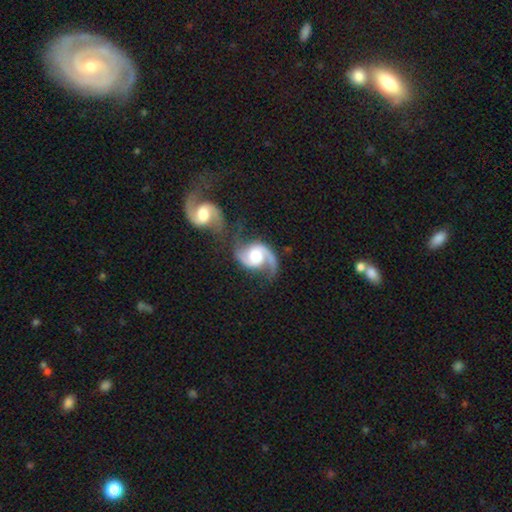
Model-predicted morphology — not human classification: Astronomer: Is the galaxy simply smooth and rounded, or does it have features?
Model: featured or disk — 90%.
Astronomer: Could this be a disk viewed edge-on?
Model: no — 98%.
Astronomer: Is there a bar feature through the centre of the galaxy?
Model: no — 56% (runner-up: weak, 35%).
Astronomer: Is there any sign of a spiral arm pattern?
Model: yes — 98%.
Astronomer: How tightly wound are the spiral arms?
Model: medium — 53% (runner-up: loose, 31%).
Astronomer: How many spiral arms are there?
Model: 2 — 89%.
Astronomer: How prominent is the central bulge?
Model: moderate — 52% (runner-up: large, 31%).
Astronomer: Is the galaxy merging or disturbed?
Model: none — 41% (runner-up: merger, 32%).